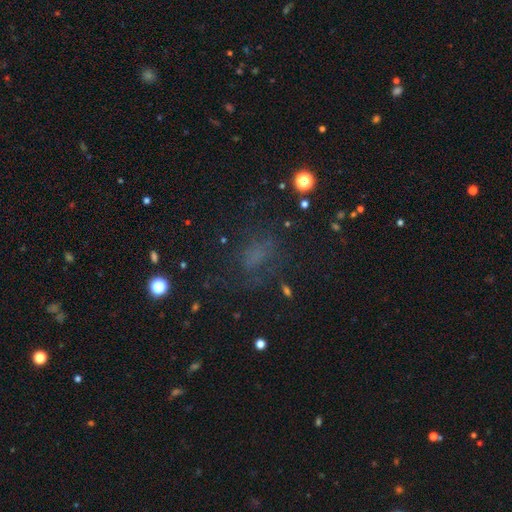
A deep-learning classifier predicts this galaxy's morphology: smooth-or-featured: smooth: 49% | star or artifact: 31% | featured or disk: 20%
  merging: none: 57% | major disturbance: 21% | minor disturbance: 19% | merger: 3%